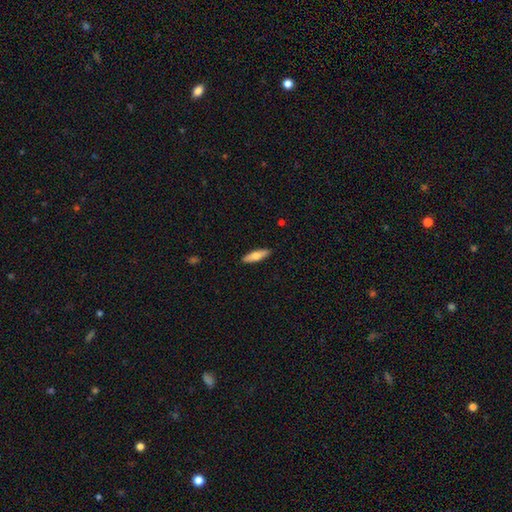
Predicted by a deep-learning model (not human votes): This is likely a smooth galaxy (67%). How rounded: possibly cigar-shaped (55%). Merging: clearly none (90%).